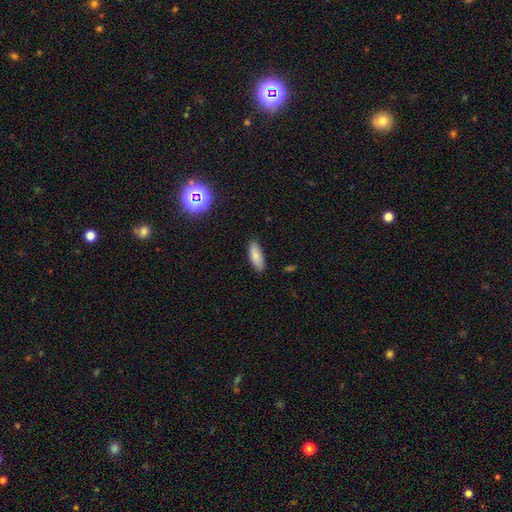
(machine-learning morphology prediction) Smooth or featured?
  - smooth: 84% *
  - featured or disk: 8%
  - star or artifact: 8%
How rounded?
  - in between: 73% *
  - cigar-shaped: 25%
  - round: 2%
Merging?
  - none: 87% *
  - minor disturbance: 10%
  - major disturbance: 2%
  - merger: 1%